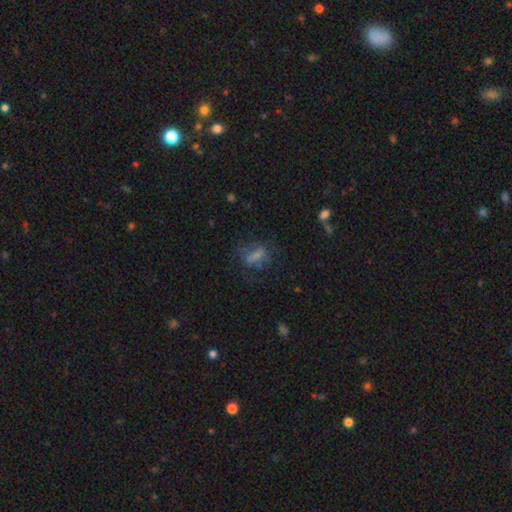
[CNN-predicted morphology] Smooth or featured?
  - smooth: 48% *
  - featured or disk: 29%
  - star or artifact: 23%
Merging?
  - none: 63% *
  - minor disturbance: 19%
  - major disturbance: 16%
  - merger: 3%